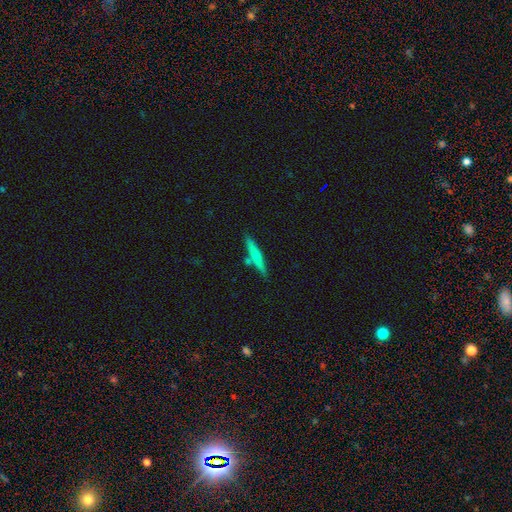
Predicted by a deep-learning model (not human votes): Smooth or featured? Predicted: smooth (p=0.61). How rounded? Predicted: cigar-shaped (p=0.94). Merging? Predicted: none (p=0.79).